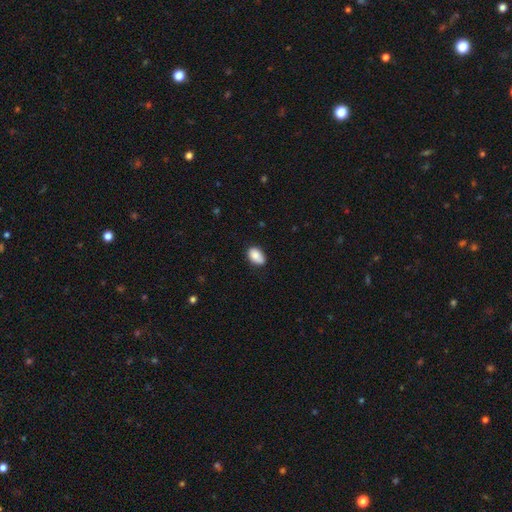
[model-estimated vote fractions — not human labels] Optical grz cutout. It shows a smooth galaxy with no disk features (86%) that is in between round and cigar-shaped (89%). Merging: none (72%).